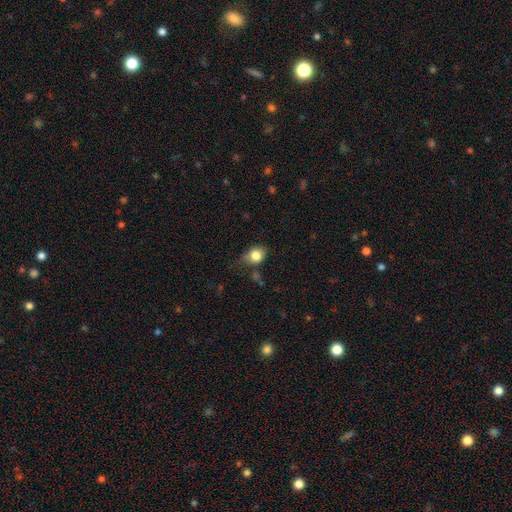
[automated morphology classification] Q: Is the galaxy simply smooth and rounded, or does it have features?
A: smooth — 80%.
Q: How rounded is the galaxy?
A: round — 51%.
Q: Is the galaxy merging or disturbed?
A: none — 50%.